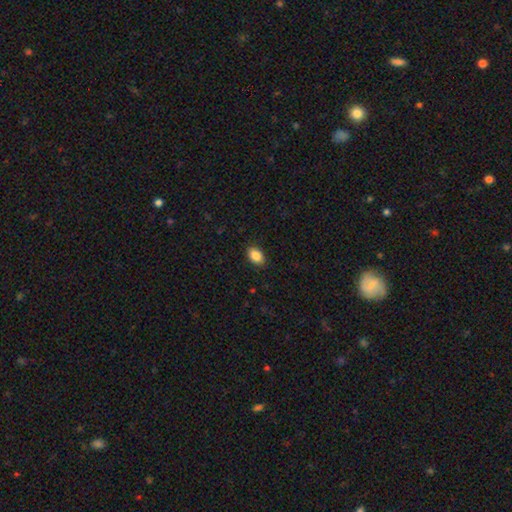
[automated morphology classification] Smooth or featured? Predicted: smooth (p=0.87). How rounded? Predicted: in between (p=0.89). Merging? Predicted: none (p=0.89).